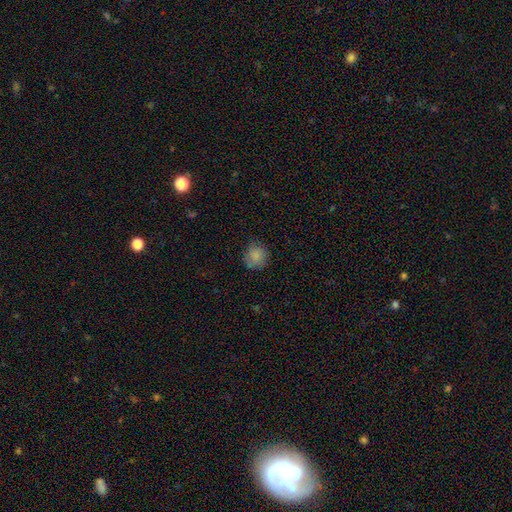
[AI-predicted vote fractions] A smooth galaxy with no disk features (84%) that is round (85%). Merging: none (75%).